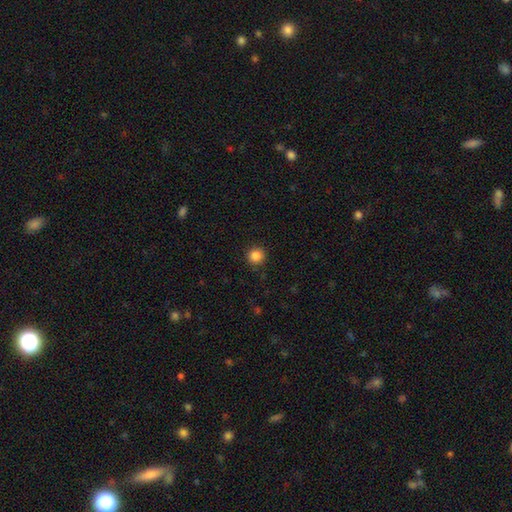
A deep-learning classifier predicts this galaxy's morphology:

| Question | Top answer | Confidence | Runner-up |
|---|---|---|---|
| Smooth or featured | smooth | 86% | star or artifact (11%) |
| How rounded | round | 94% | in between (5%) |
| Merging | none | 90% | minor disturbance (7%) |